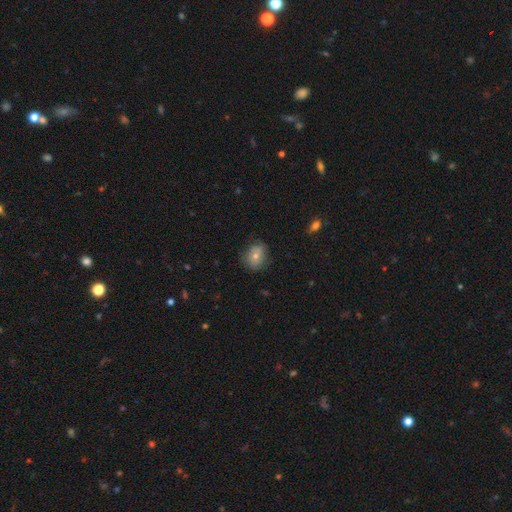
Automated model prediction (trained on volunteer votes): A smooth galaxy with no disk features (68%) that is round (57%).

Vote fractions:
- Smooth or featured? smooth: 68% / featured or disk: 21% / star or artifact: 11%
- How rounded? round: 57% / in between: 42% / cigar-shaped: 1%
- Merging? none: 75% / minor disturbance: 19% / major disturbance: 4% / merger: 2%